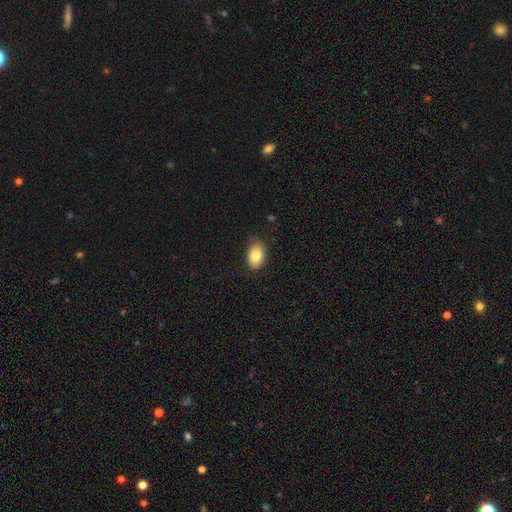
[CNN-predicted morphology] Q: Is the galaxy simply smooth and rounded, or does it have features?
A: smooth — 80%.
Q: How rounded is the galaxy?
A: in between — 88%.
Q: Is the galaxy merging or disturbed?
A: none — 81%.